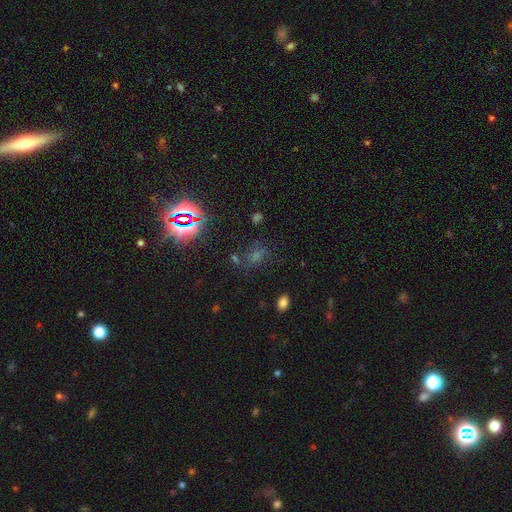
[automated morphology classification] Smooth or featured: star or artifact — 60% (smooth — 26%)